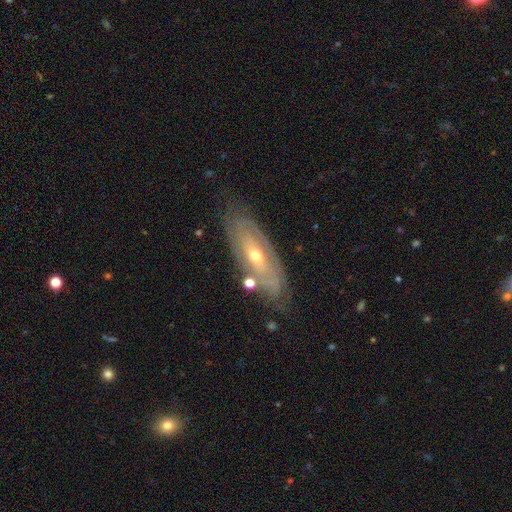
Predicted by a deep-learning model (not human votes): This appears to be a featured or disk galaxy (77%) with no bar (69%), spiral arms (74%) and a moderate central bulge (53%). Merging: none (72%).